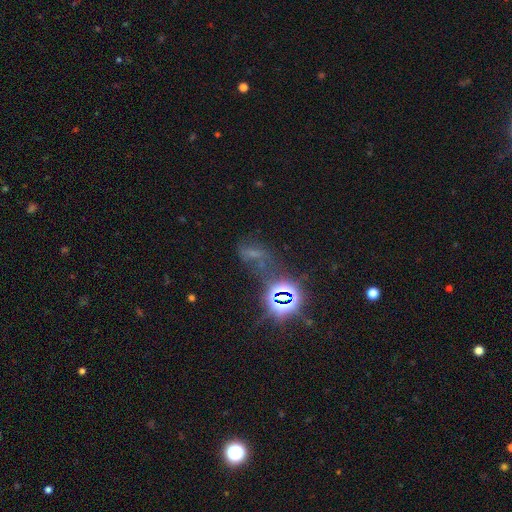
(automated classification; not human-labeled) Smooth or featured? Predicted: star or artifact (p=0.60).